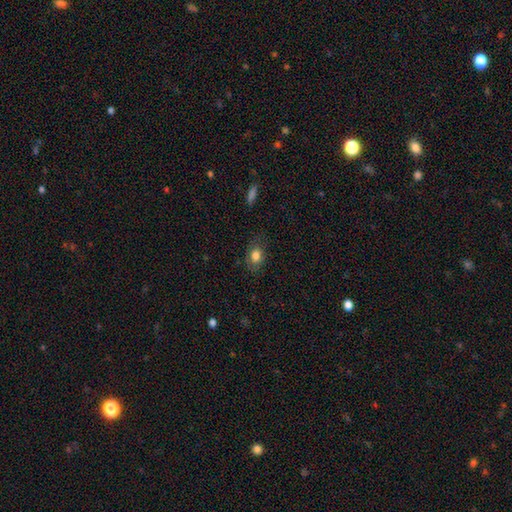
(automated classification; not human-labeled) This appears to be a smooth galaxy with no disk features (80%) that is in between round and cigar-shaped (74%). Merging: none (76%).